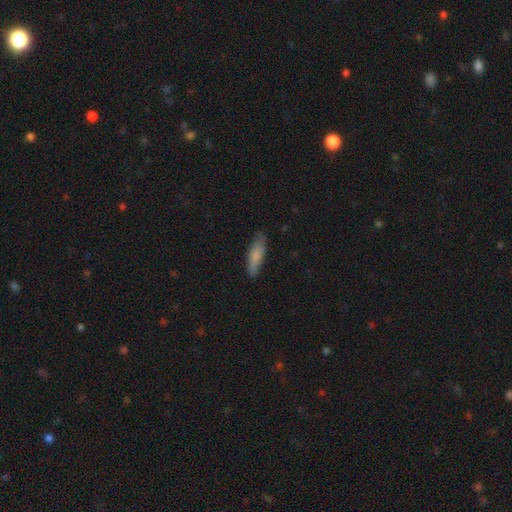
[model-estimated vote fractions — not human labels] A smooth galaxy with no disk features (76%) that is cigar-shaped (61%). Merging: none (78%).